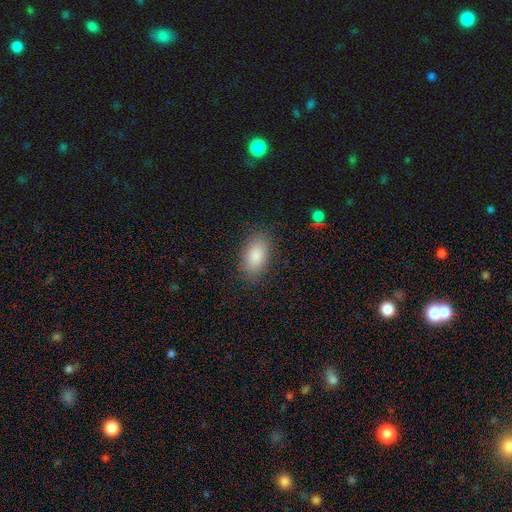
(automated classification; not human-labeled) smooth 86%, star or artifact 7%, featured or disk 7%. Down the decision tree: how rounded — in between (92%); merging — none (86%).